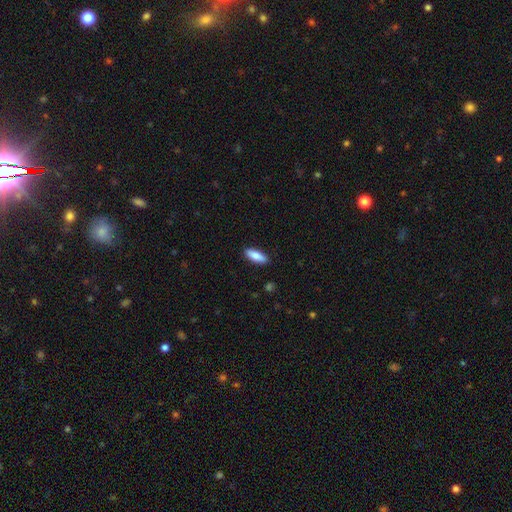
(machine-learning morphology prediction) smooth-or-featured: smooth: 86% | featured or disk: 9% | star or artifact: 6%
  how-rounded: in between: 65% | cigar-shaped: 33% | round: 2%
  merging: none: 89% | minor disturbance: 8% | major disturbance: 2% | merger: 1%